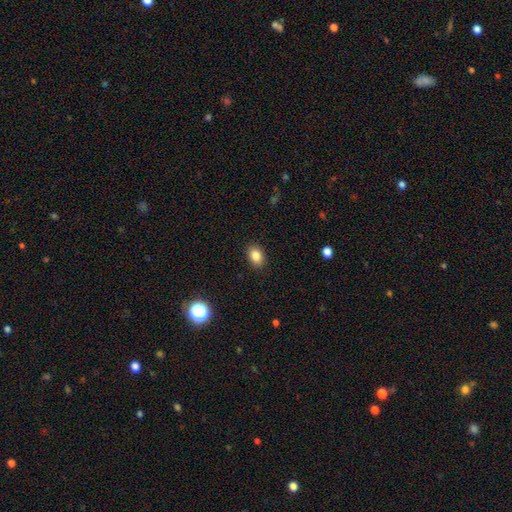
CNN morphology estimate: A smooth galaxy with no disk features (84%) that is in between round and cigar-shaped (77%).

Vote fractions:
- Smooth or featured? smooth: 84% / star or artifact: 10% / featured or disk: 6%
- How rounded? in between: 77% / round: 22% / cigar-shaped: 1%
- Merging? none: 89% / minor disturbance: 8% / major disturbance: 2% / merger: 1%